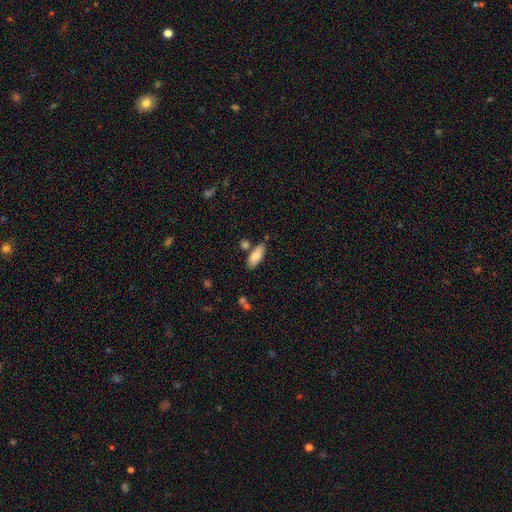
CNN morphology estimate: The model was most divided on "how rounded": in between: 78%, cigar-shaped: 20%, round: 2%. More confident: smooth or featured — smooth (84%); merging — none (72%).